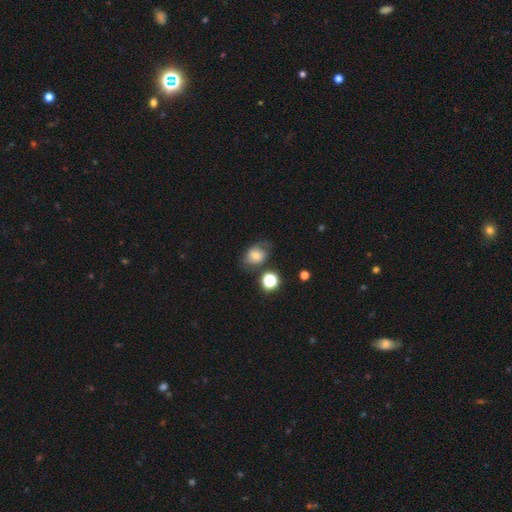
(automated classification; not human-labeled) This is possibly a smooth galaxy (51%). How rounded: possibly in between (58%). Merging: possibly none (56%).